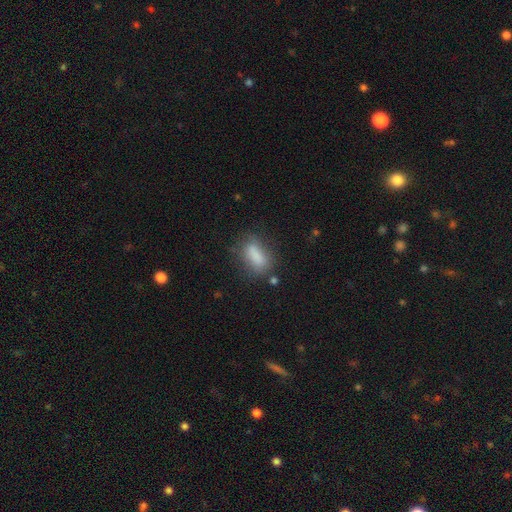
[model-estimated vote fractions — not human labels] Overall: smooth (78%). How rounded: in between (73%). Merging: none (60%; minor disturbance 22%).